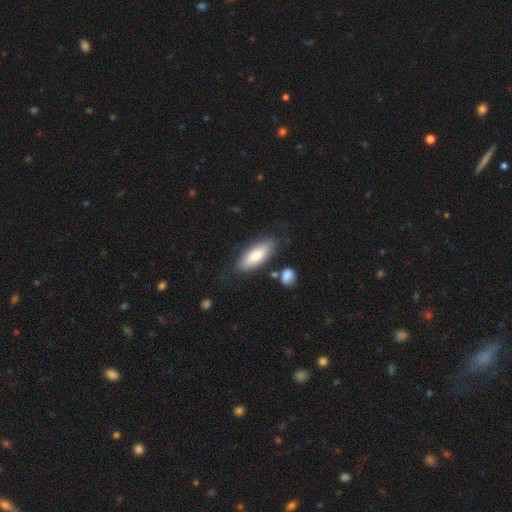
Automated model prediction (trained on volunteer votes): The model was most divided on "how rounded": in between: 77%, cigar-shaped: 21%, round: 2%. More confident: smooth or featured — smooth (79%); merging — none (76%).